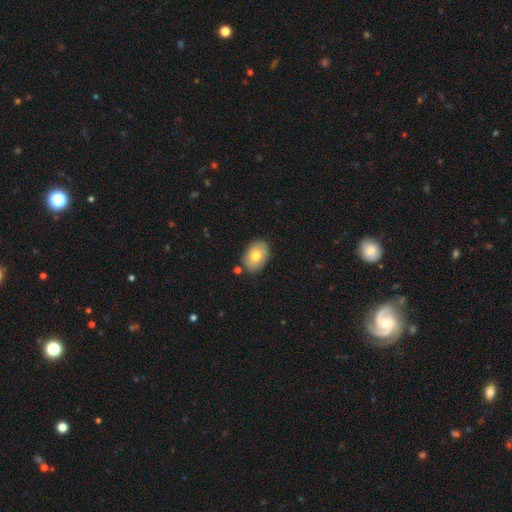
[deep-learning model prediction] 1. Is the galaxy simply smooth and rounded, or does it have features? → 74% smooth, 19% featured or disk, 7% star or artifact.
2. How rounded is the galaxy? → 84% in between, 15% round, 1% cigar-shaped.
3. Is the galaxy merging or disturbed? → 83% none, 11% minor disturbance, 4% merger, 2% major disturbance.